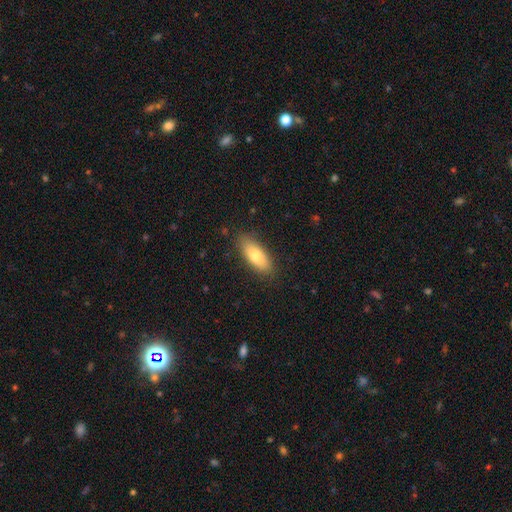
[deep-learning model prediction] smooth-or-featured: smooth: 73% | featured or disk: 20% | star or artifact: 7%
  how-rounded: in between: 72% | cigar-shaped: 25% | round: 3%
  merging: none: 85% | minor disturbance: 11% | major disturbance: 2% | merger: 1%